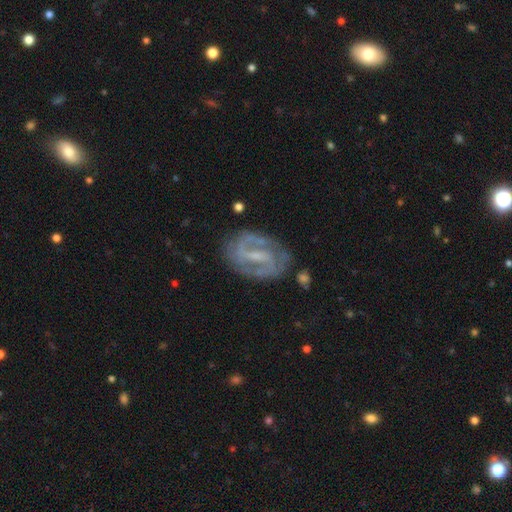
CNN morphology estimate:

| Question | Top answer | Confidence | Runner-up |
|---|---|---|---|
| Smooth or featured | featured or disk | 82% | smooth (11%) |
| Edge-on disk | no | 96% | yes (4%) |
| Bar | weak | 44% | strong (41%) |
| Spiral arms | yes | 89% | no (11%) |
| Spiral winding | medium | 45% | tight (37%) |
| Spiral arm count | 2 | 78% | can't tell (12%) |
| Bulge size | small | 49% | none (24%) |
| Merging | none | 73% | minor disturbance (17%) |